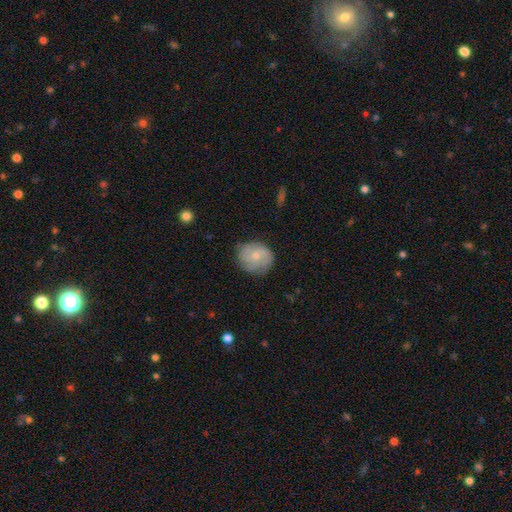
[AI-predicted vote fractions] The model was most divided on "smooth or featured": smooth: 49%, featured or disk: 44%, star or artifact: 8%. More confident: merging — none (74%).